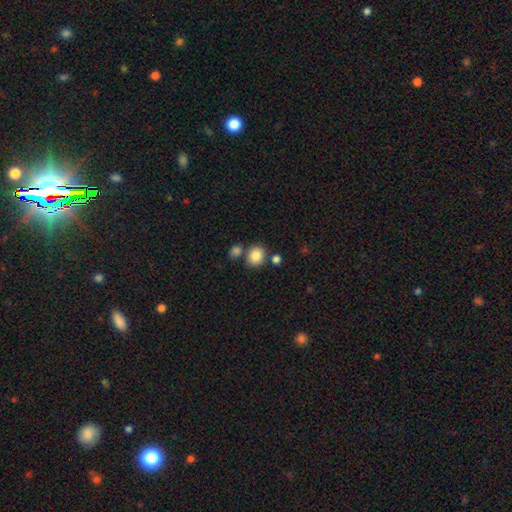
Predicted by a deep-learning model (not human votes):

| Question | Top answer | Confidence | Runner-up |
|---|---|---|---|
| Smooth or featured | smooth | 84% | star or artifact (10%) |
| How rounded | round | 75% | in between (25%) |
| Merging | none | 70% | merger (16%) |